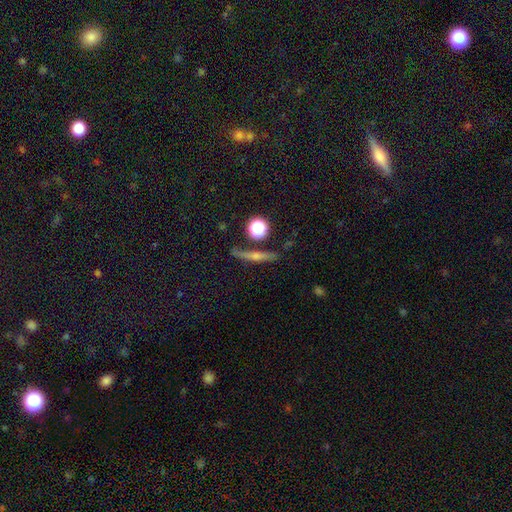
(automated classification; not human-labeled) Q: Smooth or featured?
A: featured or disk (56%); runner-up: smooth (28%)
Q: Edge-on disk?
A: yes (92%); runner-up: no (8%)
Q: Edge-on bulge?
A: rounded (77%); runner-up: none (15%)
Q: Merging?
A: none (79%); runner-up: minor disturbance (12%)